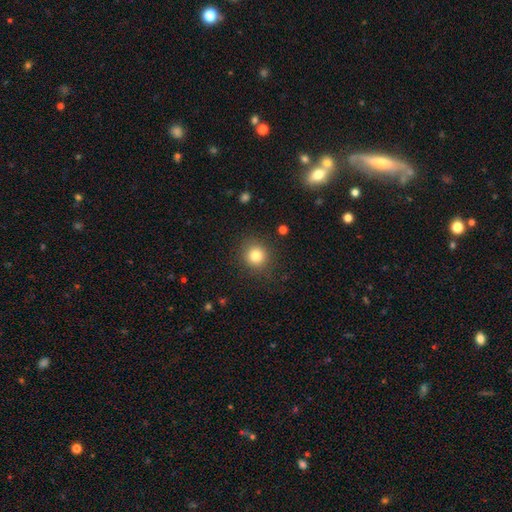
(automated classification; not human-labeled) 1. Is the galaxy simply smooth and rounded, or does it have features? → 82% smooth, 11% star or artifact, 7% featured or disk.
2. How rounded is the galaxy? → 89% round, 10% in between, 1% cigar-shaped.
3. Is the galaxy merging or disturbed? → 86% none, 9% minor disturbance, 3% major disturbance, 1% merger.